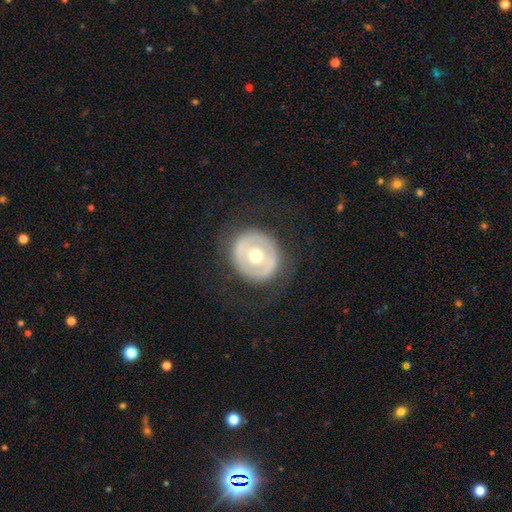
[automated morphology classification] Q: Smooth or featured?
A: featured or disk (54%); runner-up: smooth (39%)
Q: Edge-on disk?
A: no (95%); runner-up: yes (5%)
Q: Bar?
A: no (72%); runner-up: weak (17%)
Q: Spiral arms?
A: no (86%); runner-up: yes (14%)
Q: Bulge size?
A: moderate (74%); runner-up: small (17%)
Q: Merging?
A: none (83%); runner-up: minor disturbance (9%)